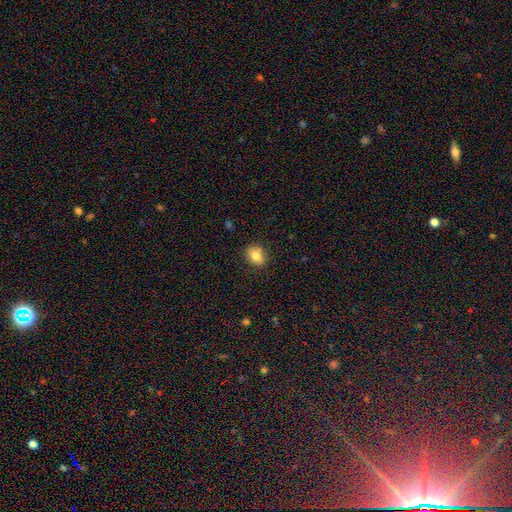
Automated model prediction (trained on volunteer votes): smooth-or-featured: smooth: 77% | featured or disk: 13% | star or artifact: 10%
  how-rounded: in between: 51% | round: 48% | cigar-shaped: 1%
  merging: none: 82% | minor disturbance: 13% | major disturbance: 3% | merger: 2%